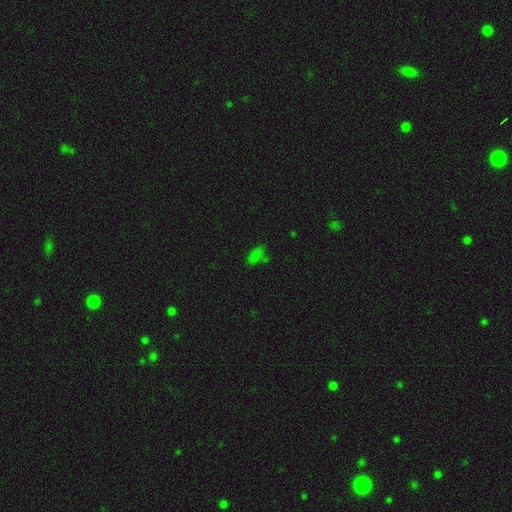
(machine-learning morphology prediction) The model was most divided on "merging": none: 62%, minor disturbance: 21%, merger: 9%, major disturbance: 9%. More confident: how rounded — in between (84%); smooth or featured — smooth (67%).